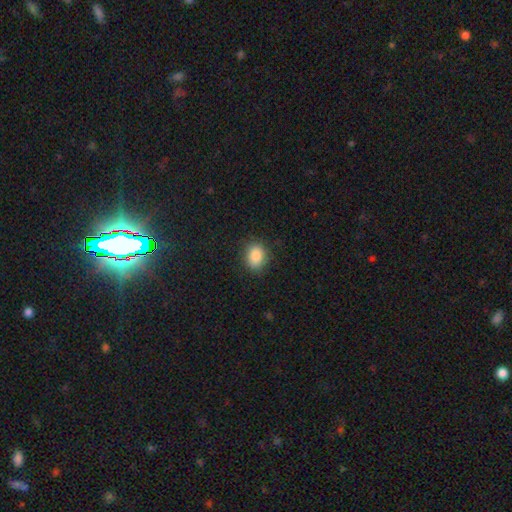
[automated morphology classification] A smooth galaxy with no disk features (86%) that is in between round and cigar-shaped (53%). Merging: none (85%).